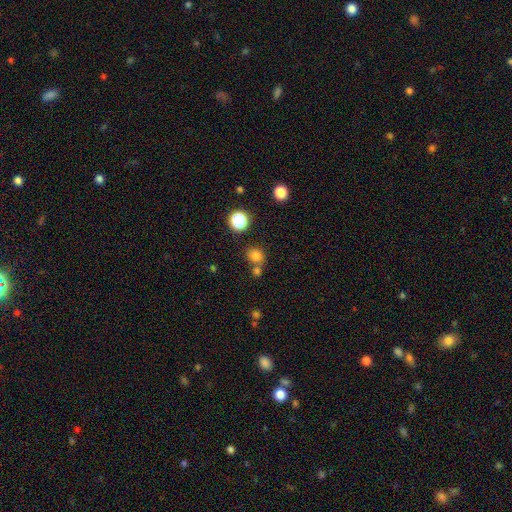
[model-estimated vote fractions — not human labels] Morphology: type=smooth (77%); roundness=round (78%); merging=none (61%).